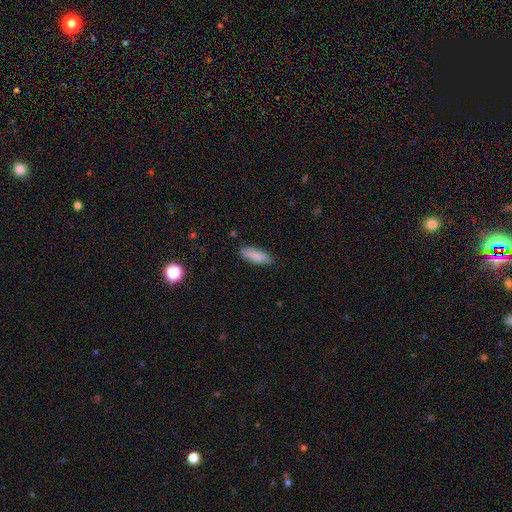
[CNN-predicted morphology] Q: Smooth or featured?
A: smooth (84%); runner-up: featured or disk (10%)
Q: How rounded?
A: in between (60%); runner-up: cigar-shaped (38%)
Q: Merging?
A: none (83%); runner-up: minor disturbance (14%)